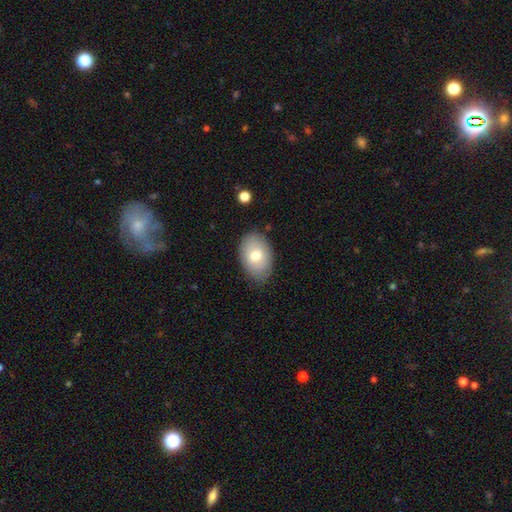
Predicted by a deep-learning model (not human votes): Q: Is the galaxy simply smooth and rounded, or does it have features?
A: smooth — 73%.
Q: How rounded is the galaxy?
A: in between — 87%.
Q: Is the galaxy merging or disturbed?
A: none — 82%.